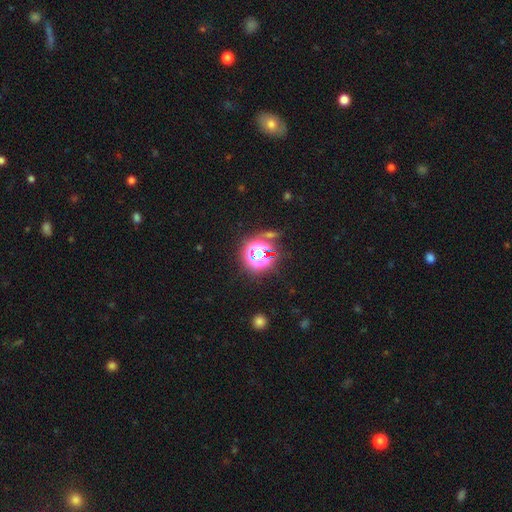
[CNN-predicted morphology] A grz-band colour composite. It shows a star or artifact, not a galaxy (75%).